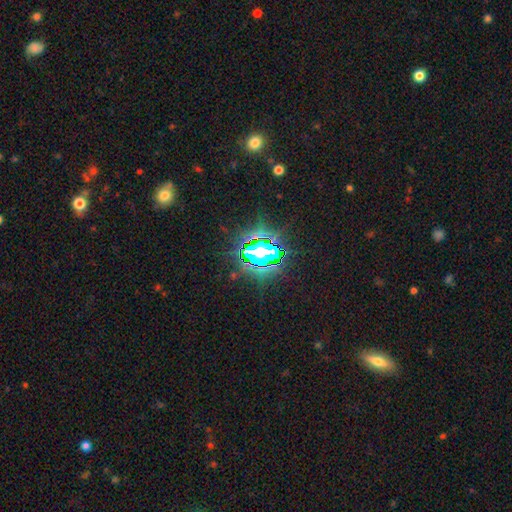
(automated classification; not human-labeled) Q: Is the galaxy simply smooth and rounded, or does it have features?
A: star or artifact — 80%.